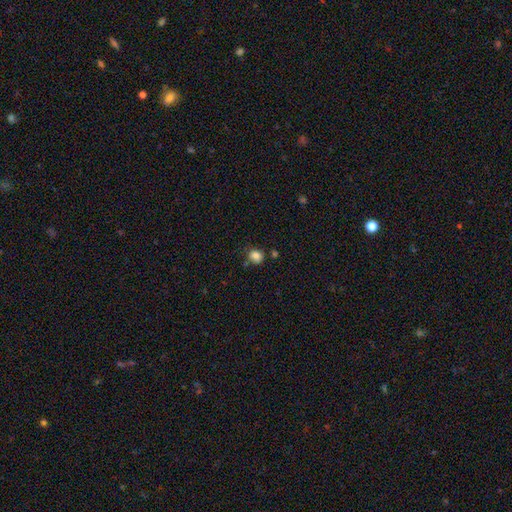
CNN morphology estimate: The model was most divided on "how rounded": round: 73%, in between: 26%, cigar-shaped: 1%. More confident: smooth or featured — smooth (84%); merging — none (70%).